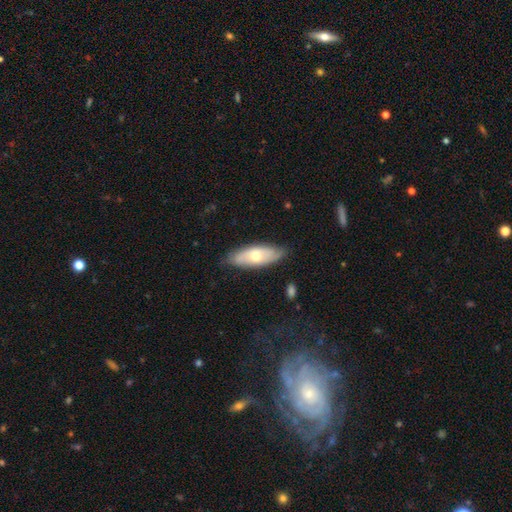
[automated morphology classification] Overall: smooth (49%; featured or disk 46%). Merging: none (78%).